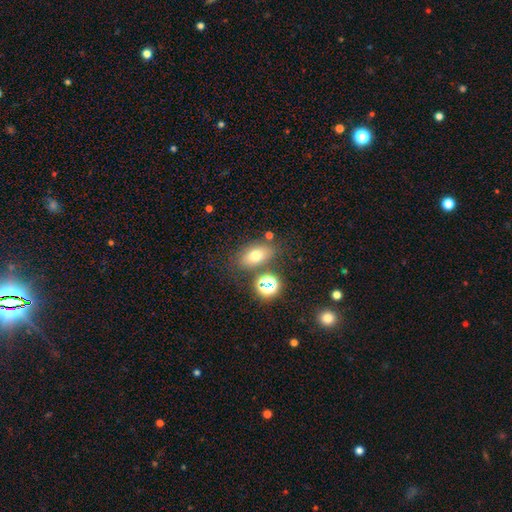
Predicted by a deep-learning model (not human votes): The model was most divided on "smooth or featured": smooth: 71%, star or artifact: 15%, featured or disk: 14%. More confident: how rounded — in between (78%); merging — none (73%).